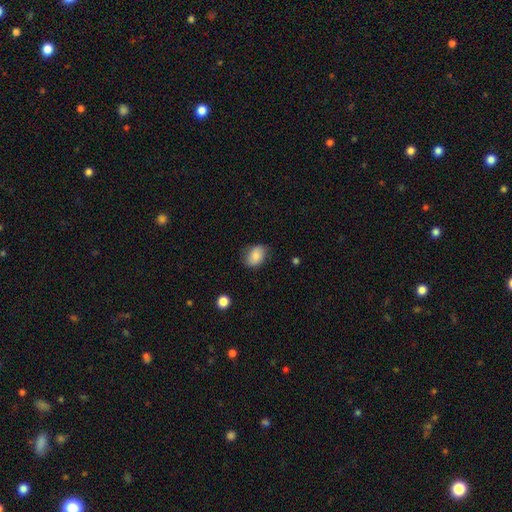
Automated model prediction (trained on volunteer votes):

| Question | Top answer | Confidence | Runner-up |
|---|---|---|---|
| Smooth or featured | smooth | 83% | featured or disk (9%) |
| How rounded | in between | 72% | round (26%) |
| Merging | none | 74% | minor disturbance (20%) |